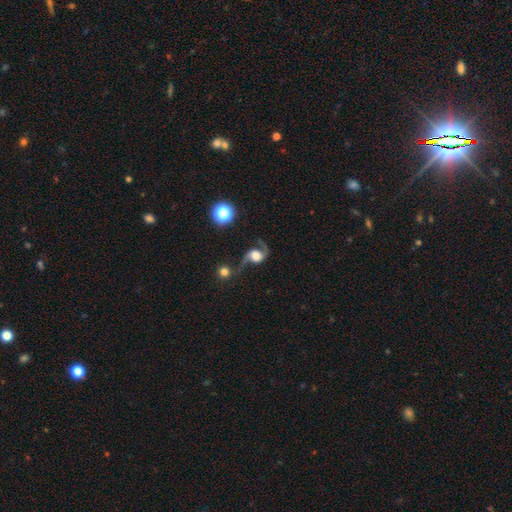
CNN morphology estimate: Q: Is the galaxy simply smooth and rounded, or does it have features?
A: featured or disk — 77%.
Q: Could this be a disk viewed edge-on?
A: no — 96%.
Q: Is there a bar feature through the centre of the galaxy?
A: no — 64%.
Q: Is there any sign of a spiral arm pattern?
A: yes — 95%.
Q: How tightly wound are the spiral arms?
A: loose — 78%.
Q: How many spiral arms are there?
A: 2 — 89%.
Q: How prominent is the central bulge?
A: large — 48%.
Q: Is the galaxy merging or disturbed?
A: none — 50%.